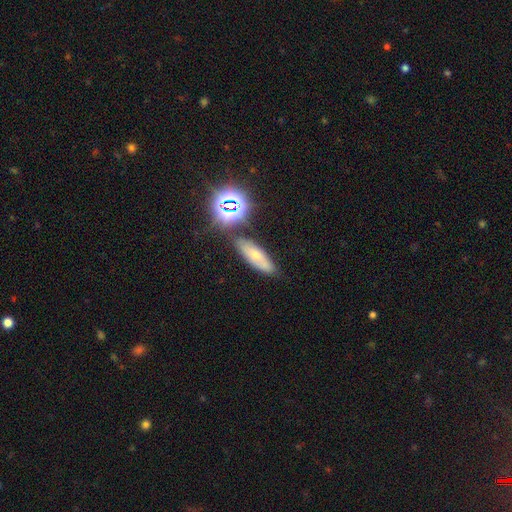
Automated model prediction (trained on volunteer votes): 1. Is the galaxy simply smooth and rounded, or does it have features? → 51% smooth, 28% featured or disk, 21% star or artifact.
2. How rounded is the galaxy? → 55% in between, 37% cigar-shaped, 8% round.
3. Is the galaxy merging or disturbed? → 76% none, 14% minor disturbance, 6% merger, 4% major disturbance.